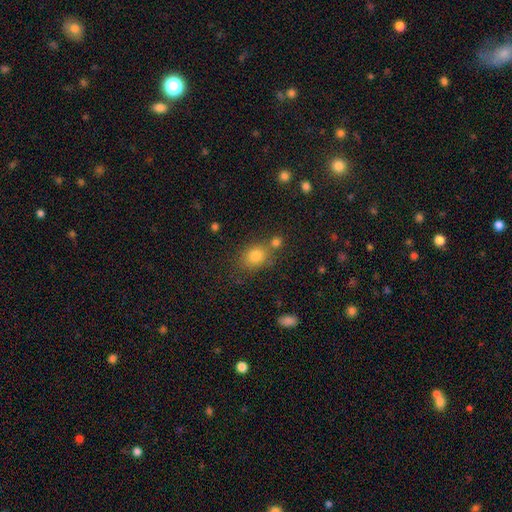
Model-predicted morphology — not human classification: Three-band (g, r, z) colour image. It shows a smooth galaxy with no disk features (79%) that is round (50%). Merging: none (63%).